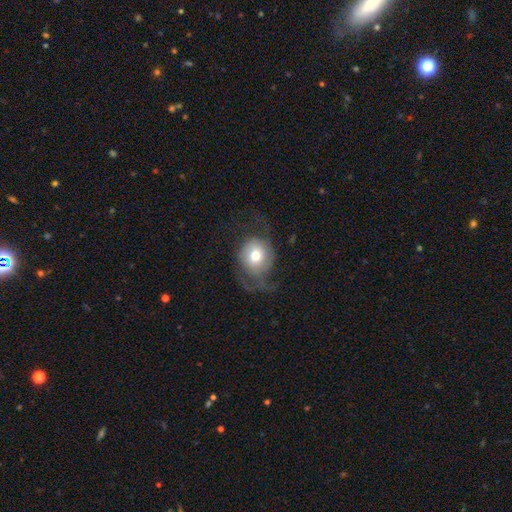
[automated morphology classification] Smooth or featured? Predicted: smooth (p=0.52). How rounded? Predicted: round (p=0.76). Merging? Predicted: none (p=0.43).